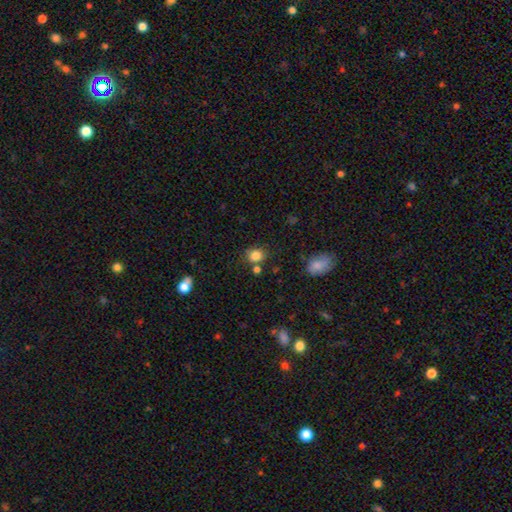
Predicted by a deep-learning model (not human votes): A smooth galaxy with no disk features (83%) that is round (73%).

Vote fractions:
- Smooth or featured? smooth: 83% / star or artifact: 11% / featured or disk: 6%
- How rounded? round: 73% / in between: 26% / cigar-shaped: 1%
- Merging? none: 73% / minor disturbance: 13% / merger: 11% / major disturbance: 4%